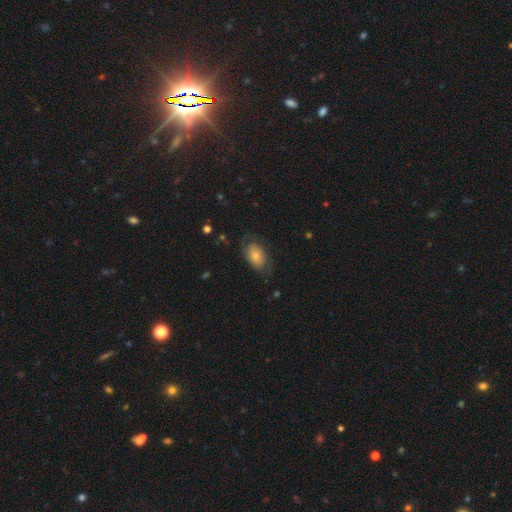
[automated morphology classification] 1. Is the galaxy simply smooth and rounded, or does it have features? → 63% smooth, 30% featured or disk, 7% star or artifact.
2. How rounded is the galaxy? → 88% in between, 10% round, 2% cigar-shaped.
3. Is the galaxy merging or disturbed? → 63% none, 24% minor disturbance, 12% major disturbance, 1% merger.